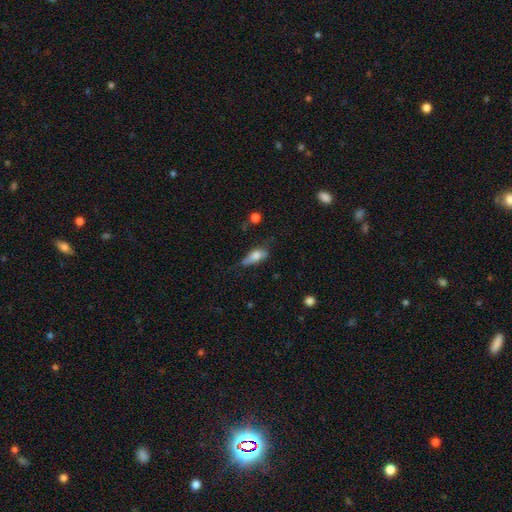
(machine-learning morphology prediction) This is likely a smooth galaxy (68%). How rounded: likely in between (73%). Merging: marginally none (42%).